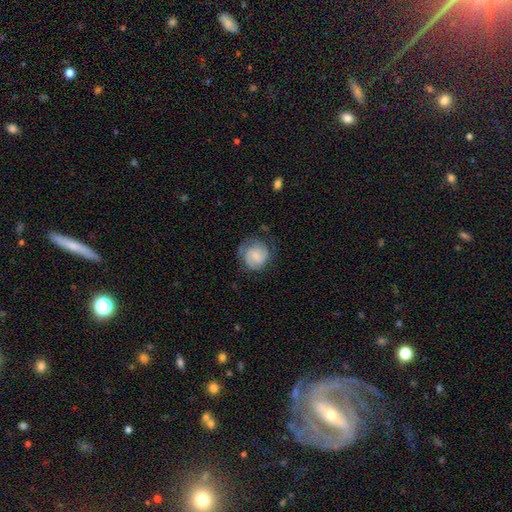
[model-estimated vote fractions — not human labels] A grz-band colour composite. It shows a smooth galaxy with no disk features (59%) that is round (81%). Merging: none (52%).